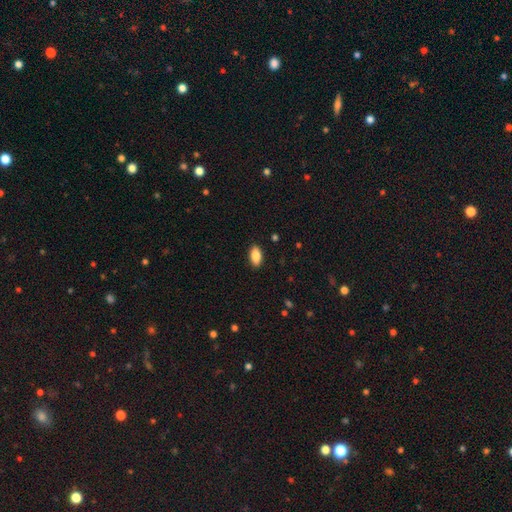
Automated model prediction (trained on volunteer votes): Smooth or featured? Predicted: smooth (p=0.85). How rounded? Predicted: in between (p=0.91). Merging? Predicted: none (p=0.89).